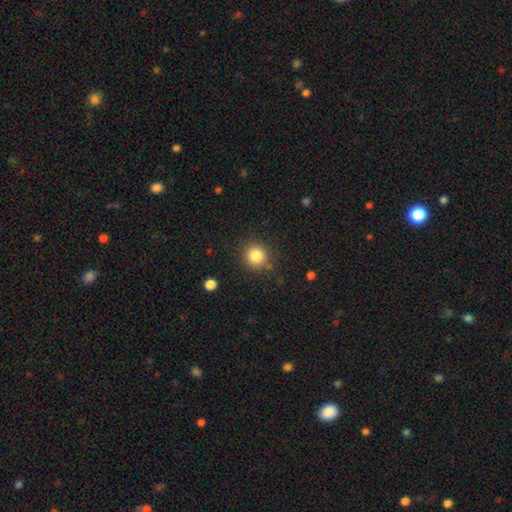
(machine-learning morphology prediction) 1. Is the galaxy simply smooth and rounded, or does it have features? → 83% smooth, 11% star or artifact, 5% featured or disk.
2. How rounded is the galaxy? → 92% round, 7% in between, 1% cigar-shaped.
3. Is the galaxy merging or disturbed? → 86% none, 8% minor disturbance, 3% major disturbance, 2% merger.